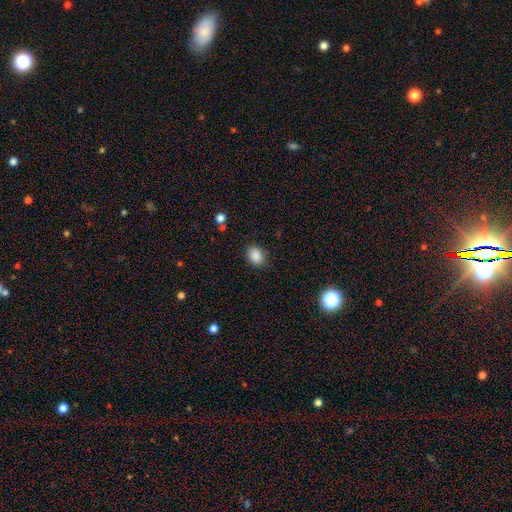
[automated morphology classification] smooth-or-featured: smooth: 87% | star or artifact: 9% | featured or disk: 4%
  how-rounded: in between: 61% | round: 38% | cigar-shaped: 1%
  merging: none: 85% | minor disturbance: 10% | major disturbance: 3% | merger: 1%